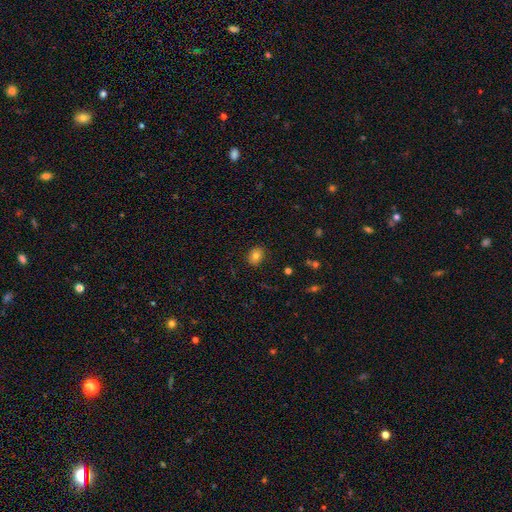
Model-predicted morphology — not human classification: A smooth galaxy with no disk features (81%) that is in between round and cigar-shaped (53%).

Vote fractions:
- Smooth or featured? smooth: 81% / star or artifact: 11% / featured or disk: 9%
- How rounded? in between: 53% / round: 46% / cigar-shaped: 1%
- Merging? none: 86% / minor disturbance: 11% / major disturbance: 3% / merger: 1%